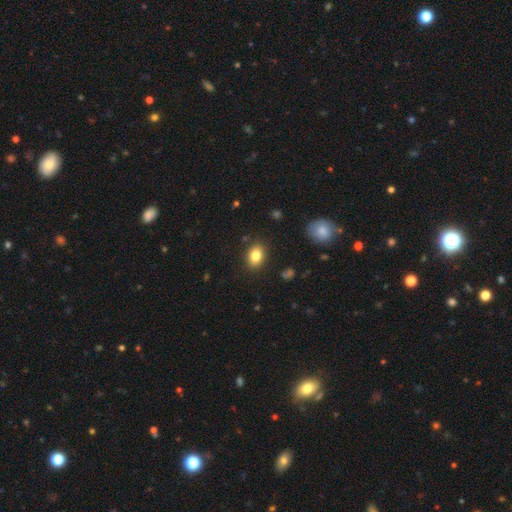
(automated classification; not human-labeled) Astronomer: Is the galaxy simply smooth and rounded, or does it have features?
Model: smooth — 83%.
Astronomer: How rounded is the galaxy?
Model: in between — 66%.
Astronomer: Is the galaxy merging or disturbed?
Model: none — 87%.